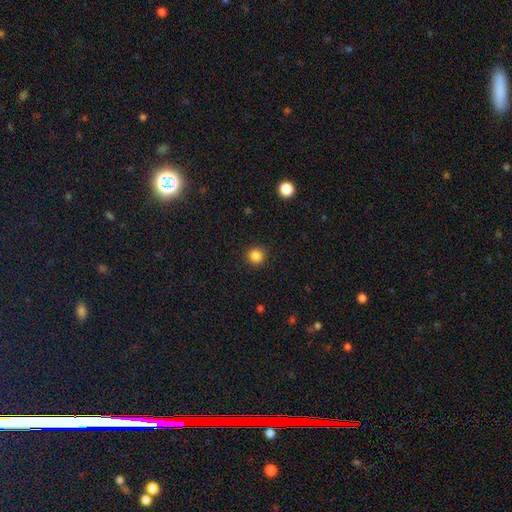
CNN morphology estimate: Overall: smooth (85%). How rounded: round (93%). Merging: none (91%).